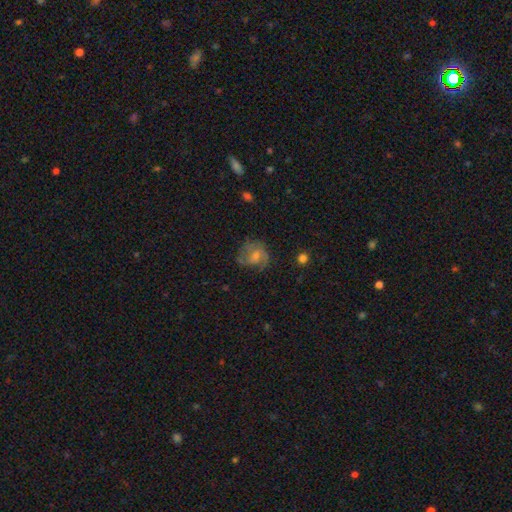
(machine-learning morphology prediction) Smooth or featured: featured or disk — 57% (smooth — 31%)
Edge-on disk: no — 97% (yes — 3%)
Bar: no — 64% (weak — 30%)
Spiral arms: yes — 78% (no — 22%)
Bulge size: moderate — 49% (small — 41%)
Merging: none — 62% (minor disturbance — 22%)